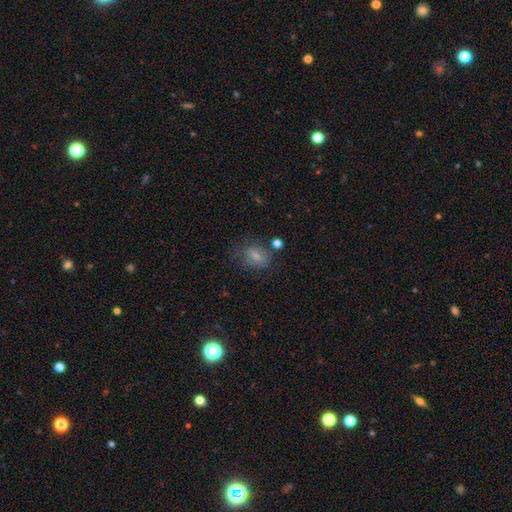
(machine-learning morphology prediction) smooth-or-featured: smooth: 69% | featured or disk: 19% | star or artifact: 12%
  how-rounded: in between: 55% | round: 43% | cigar-shaped: 2%
  merging: none: 58% | minor disturbance: 23% | major disturbance: 13% | merger: 6%